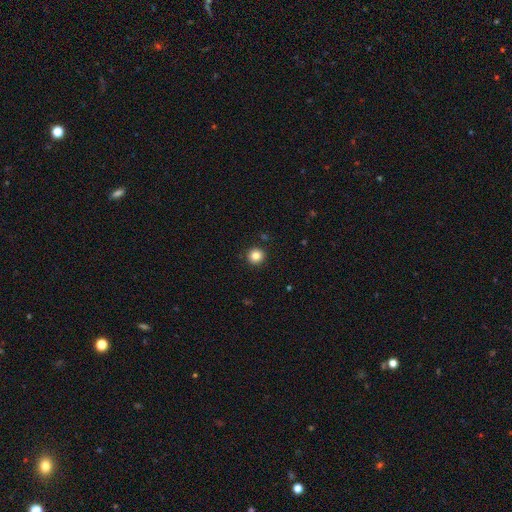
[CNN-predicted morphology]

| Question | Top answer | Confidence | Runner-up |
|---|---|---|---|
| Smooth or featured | smooth | 84% | star or artifact (11%) |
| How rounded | round | 94% | in between (5%) |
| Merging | none | 92% | minor disturbance (5%) |